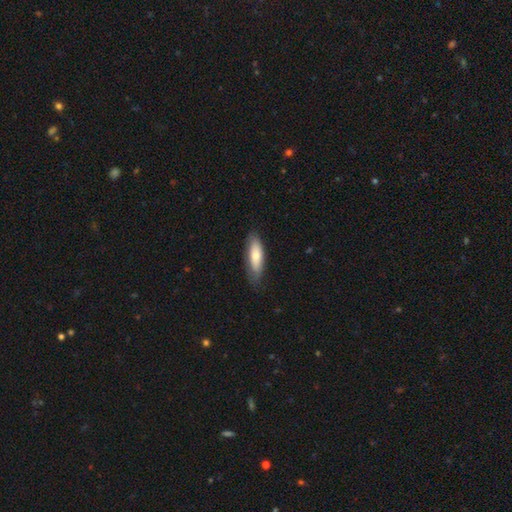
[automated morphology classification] A smooth galaxy with no disk features (73%) that is in between round and cigar-shaped (51%). Merging: none (78%).